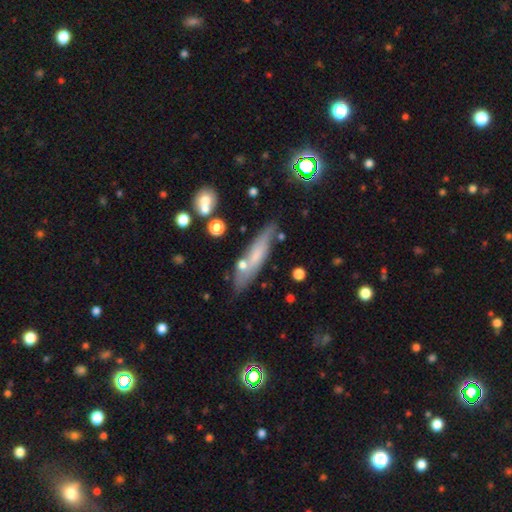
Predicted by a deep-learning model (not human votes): smooth 58%, featured or disk 34%, star or artifact 9%. Down the decision tree: how rounded — cigar-shaped (78%); merging — none (72%).